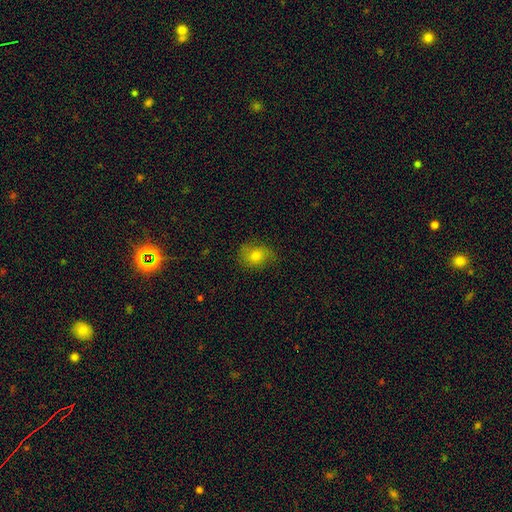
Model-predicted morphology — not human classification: A smooth galaxy with no disk features (70%) that is round (50%).

Vote fractions:
- Smooth or featured? smooth: 70% / featured or disk: 19% / star or artifact: 11%
- How rounded? round: 50% / in between: 49% / cigar-shaped: 1%
- Merging? none: 71% / minor disturbance: 22% / major disturbance: 6% / merger: 1%